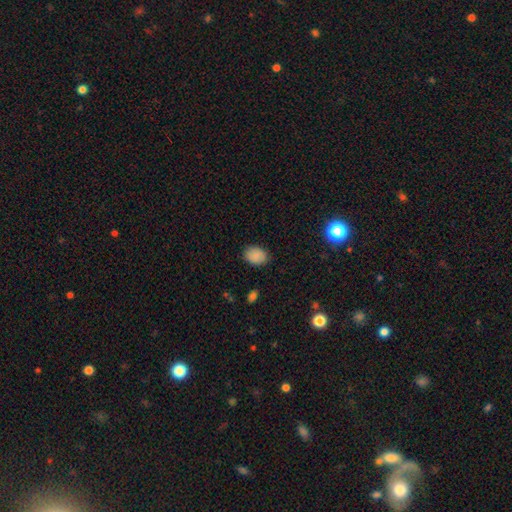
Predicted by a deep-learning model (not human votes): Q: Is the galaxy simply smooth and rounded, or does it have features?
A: smooth — 86%.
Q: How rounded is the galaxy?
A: in between — 70%.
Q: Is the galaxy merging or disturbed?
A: none — 85%.